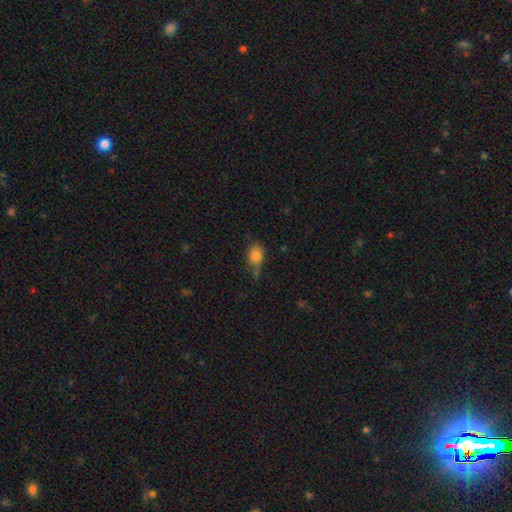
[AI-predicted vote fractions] Smooth or featured? Predicted: smooth (p=0.80). How rounded? Predicted: in between (p=0.63). Merging? Predicted: none (p=0.53).